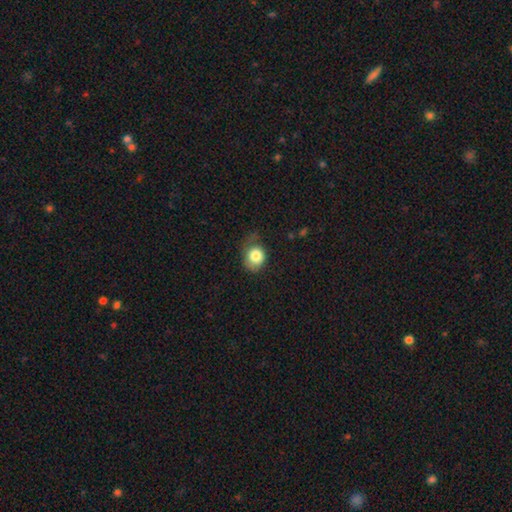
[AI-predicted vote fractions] Smooth or featured?
  - smooth: 81% *
  - featured or disk: 11%
  - star or artifact: 8%
How rounded?
  - round: 62% *
  - in between: 37%
  - cigar-shaped: 1%
Merging?
  - none: 44% *
  - minor disturbance: 34%
  - major disturbance: 20%
  - merger: 2%